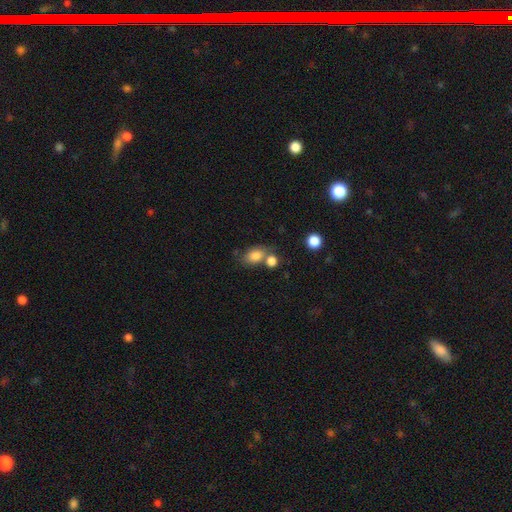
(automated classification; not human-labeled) A smooth galaxy with no disk features (82%) that is in between round and cigar-shaped (75%). Merging: none (49%).